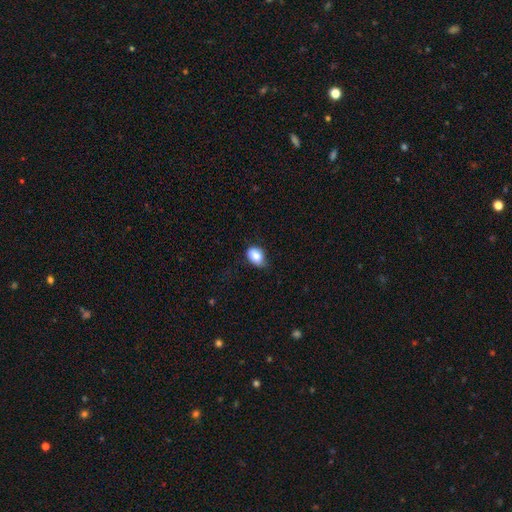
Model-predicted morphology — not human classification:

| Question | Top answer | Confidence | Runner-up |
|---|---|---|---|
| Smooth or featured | smooth | 84% | featured or disk (8%) |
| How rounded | in between | 81% | round (17%) |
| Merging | none | 62% | minor disturbance (31%) |